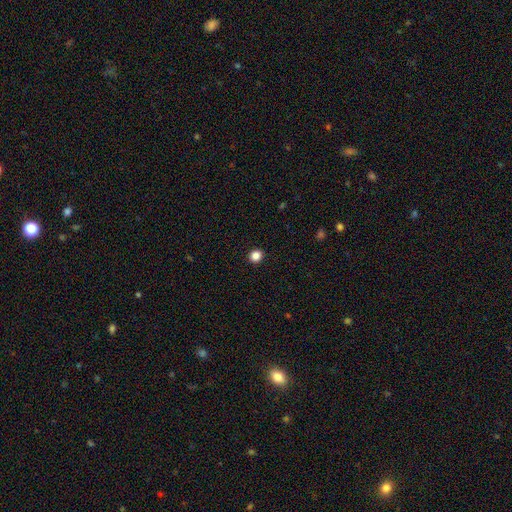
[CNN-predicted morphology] The model was most divided on "how rounded": round: 83%, in between: 16%, cigar-shaped: 1%. More confident: merging — none (93%); smooth or featured — smooth (85%).